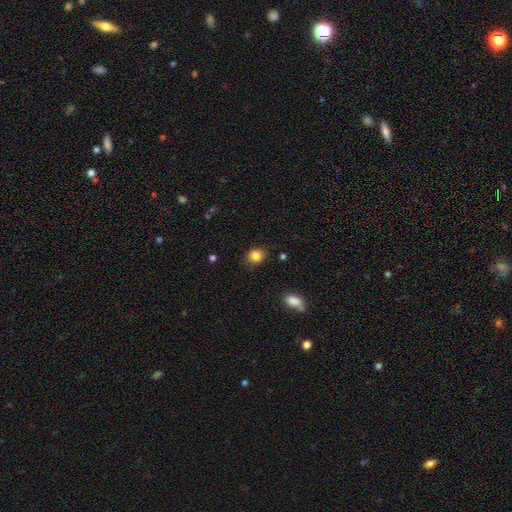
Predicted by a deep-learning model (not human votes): Smooth or featured?
  - smooth: 85% *
  - star or artifact: 10%
  - featured or disk: 5%
How rounded?
  - round: 71% *
  - in between: 28%
  - cigar-shaped: 1%
Merging?
  - none: 82% *
  - minor disturbance: 13%
  - major disturbance: 3%
  - merger: 2%